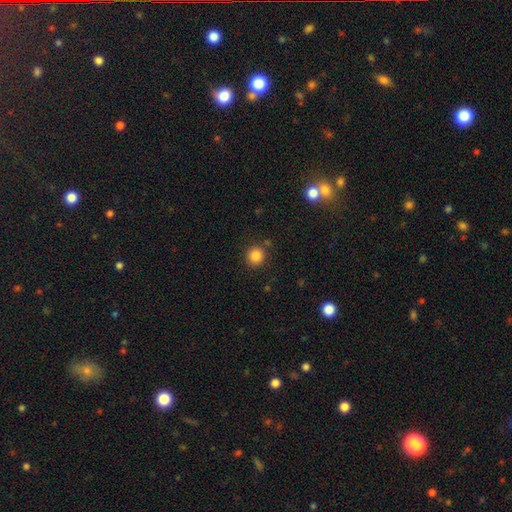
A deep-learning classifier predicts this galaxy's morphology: Overall: smooth (86%). How rounded: round (91%). Merging: none (85%).